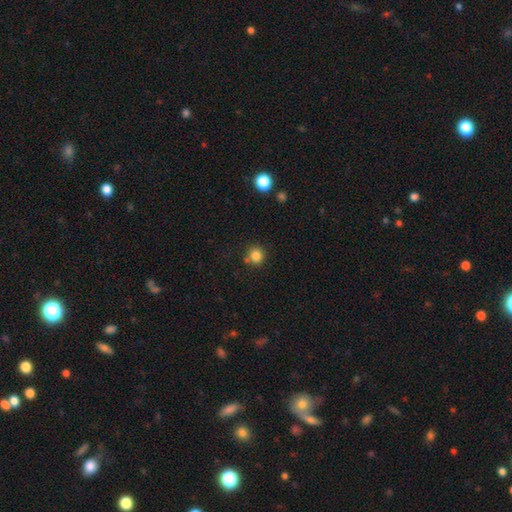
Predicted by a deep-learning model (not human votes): A smooth galaxy with no disk features (83%) that is round (91%).

Vote fractions:
- Smooth or featured? smooth: 83% / star or artifact: 12% / featured or disk: 5%
- How rounded? round: 91% / in between: 8% / cigar-shaped: 1%
- Merging? none: 77% / minor disturbance: 10% / merger: 10% / major disturbance: 3%